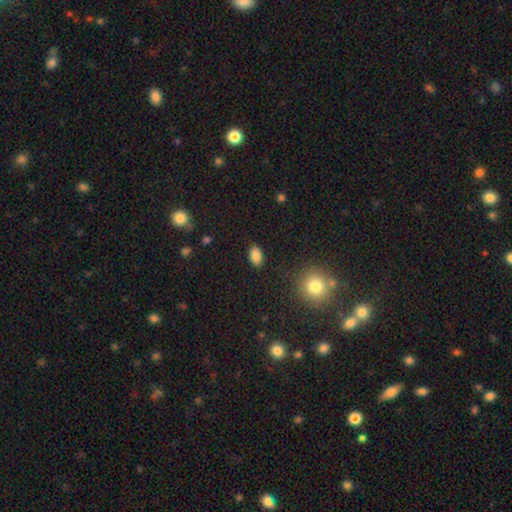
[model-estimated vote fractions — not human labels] Smooth or featured? smooth (85%)
How rounded? in between (91%)
Merging? none (88%)